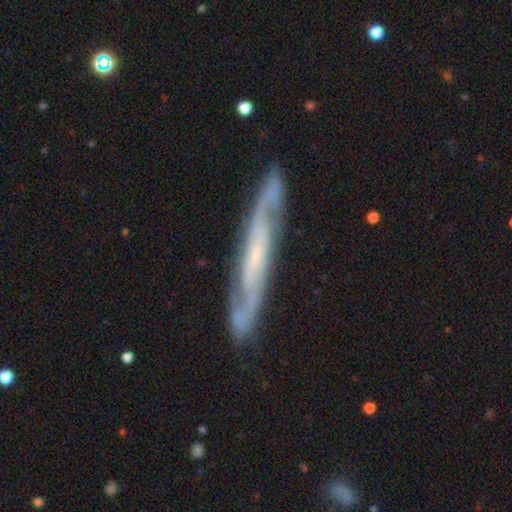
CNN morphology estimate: This is clearly a featured or disk galaxy (84%). It is likely not viewed edge-on (62%). Bar: marginally weak (40%). Spiral arm pattern: clearly yes (96%). Spiral arm count: clearly 2 (82%). Spiral winding: possibly medium (47%). Central bulge: likely small (65%). Merging: clearly none (83%).